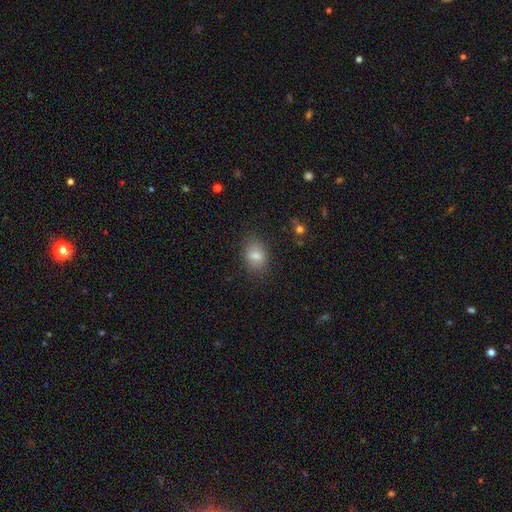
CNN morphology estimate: The model was most divided on "how rounded": in between: 72%, round: 26%, cigar-shaped: 2%. More confident: smooth or featured — smooth (80%); merging — none (77%).